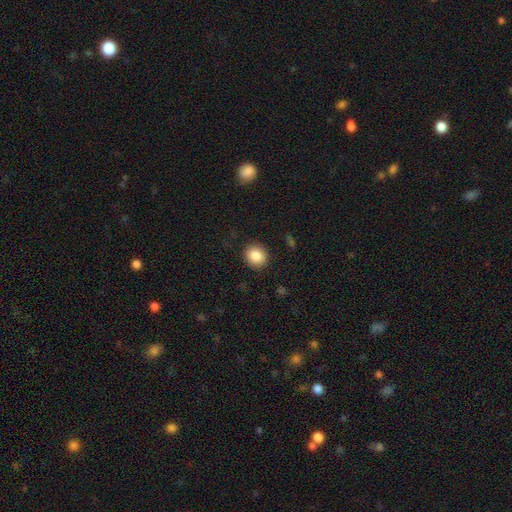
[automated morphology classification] Smooth or featured? Predicted: smooth (p=0.87). How rounded? Predicted: round (p=0.76). Merging? Predicted: none (p=0.89).